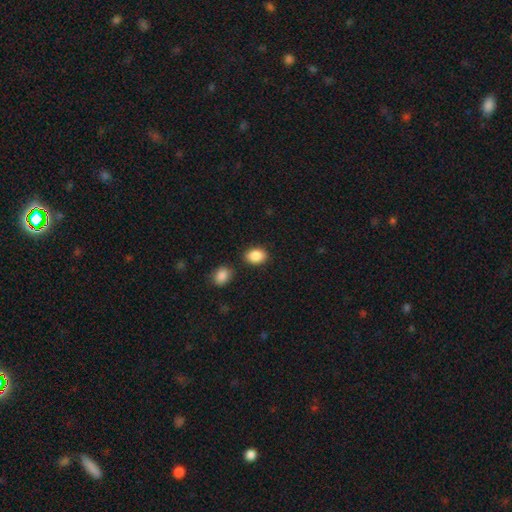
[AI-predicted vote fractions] The model was most divided on "how rounded": in between: 74%, round: 25%, cigar-shaped: 1%. More confident: smooth or featured — smooth (88%); merging — none (82%).